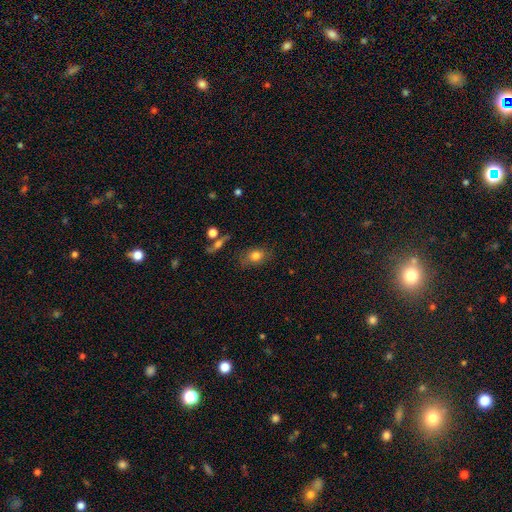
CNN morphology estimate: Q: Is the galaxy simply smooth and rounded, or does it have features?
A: smooth — 77%.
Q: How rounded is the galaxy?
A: in between — 68%.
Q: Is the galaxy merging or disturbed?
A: none — 76%.